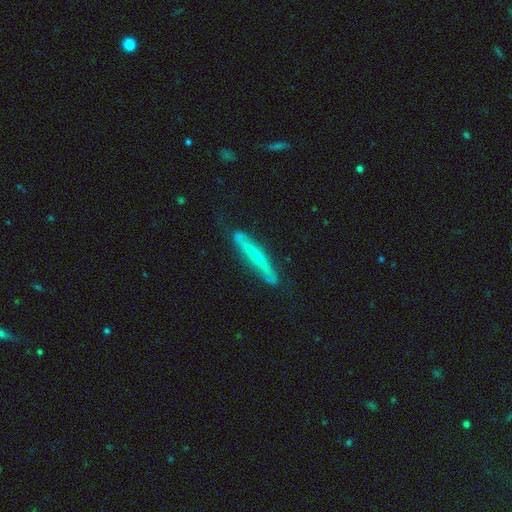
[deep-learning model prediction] This appears to be a featured or disk galaxy (53%) viewed edge-on (84%). Merging: none (69%).